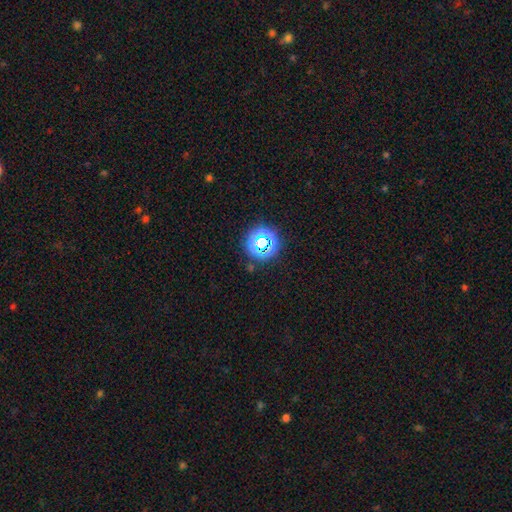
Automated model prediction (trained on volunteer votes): Morphology: type=smooth (53%); roundness=round (93%); merging=none (91%).